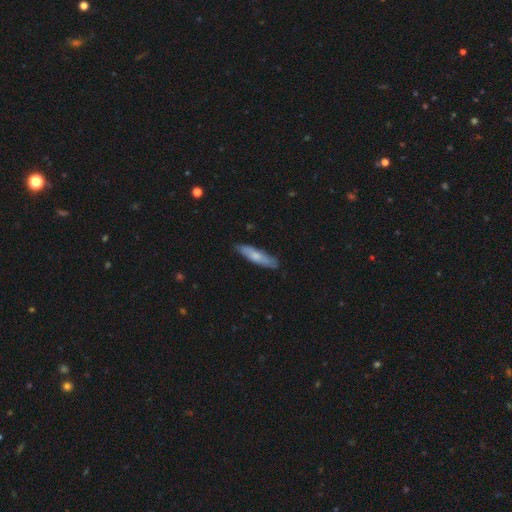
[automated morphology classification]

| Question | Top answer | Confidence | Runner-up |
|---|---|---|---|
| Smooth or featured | smooth | 60% | featured or disk (34%) |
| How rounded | cigar-shaped | 76% | in between (23%) |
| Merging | none | 80% | minor disturbance (16%) |